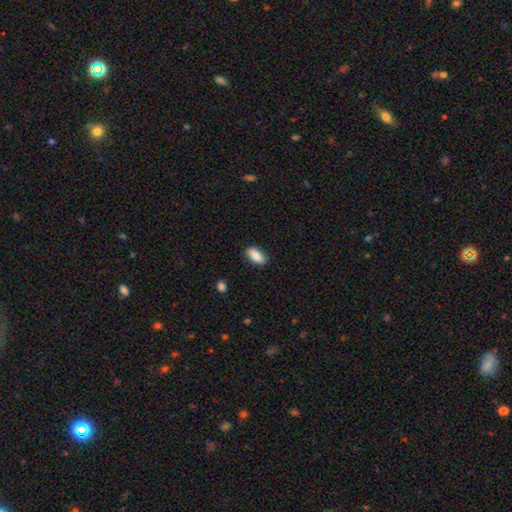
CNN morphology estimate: A smooth galaxy with no disk features (86%) that is in between round and cigar-shaped (86%). Merging: none (87%).